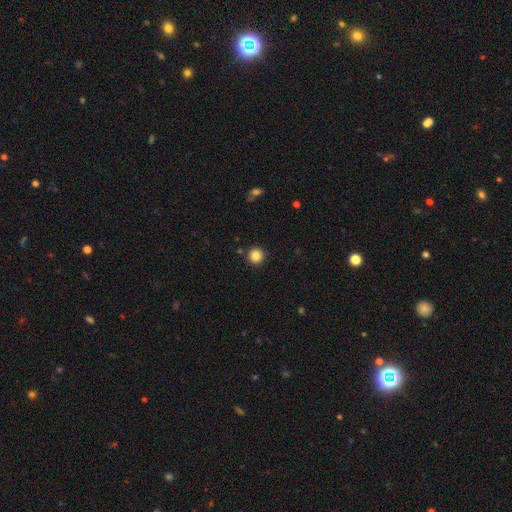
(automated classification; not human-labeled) A smooth galaxy with no disk features (85%) that is round (95%). Merging: none (91%).